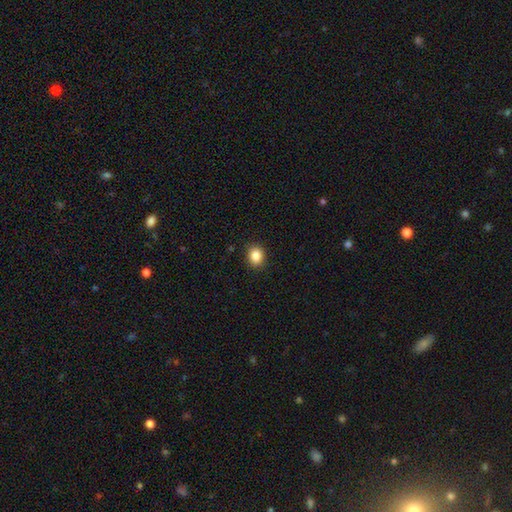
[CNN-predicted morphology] This appears to be a smooth galaxy with no disk features (86%) that is round (66%). Merging: none (90%).